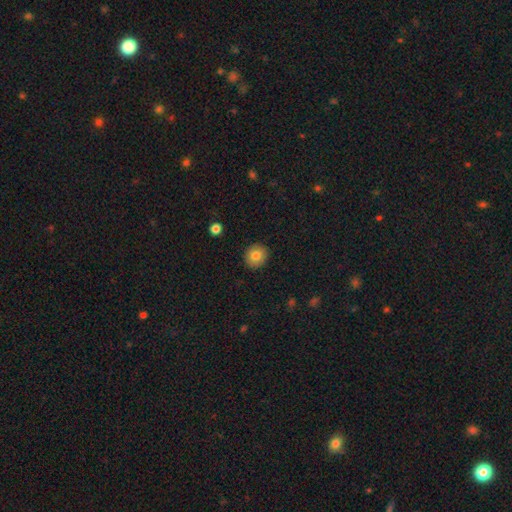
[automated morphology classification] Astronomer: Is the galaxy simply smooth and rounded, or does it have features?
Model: smooth — 82%.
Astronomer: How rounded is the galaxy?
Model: round — 88%.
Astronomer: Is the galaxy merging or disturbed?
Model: none — 91%.